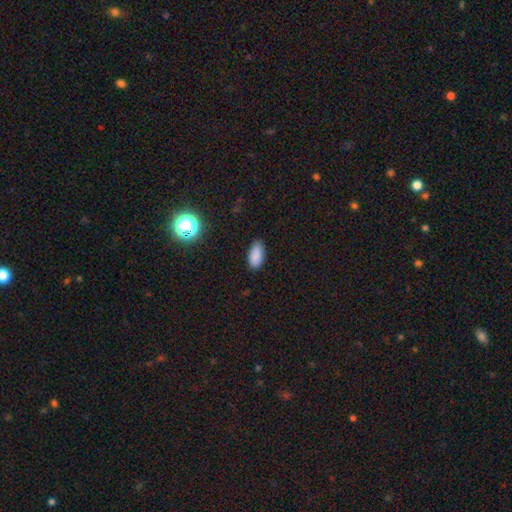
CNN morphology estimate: This appears to be a smooth galaxy with no disk features (86%) that is in between round and cigar-shaped (91%). Merging: none (84%).